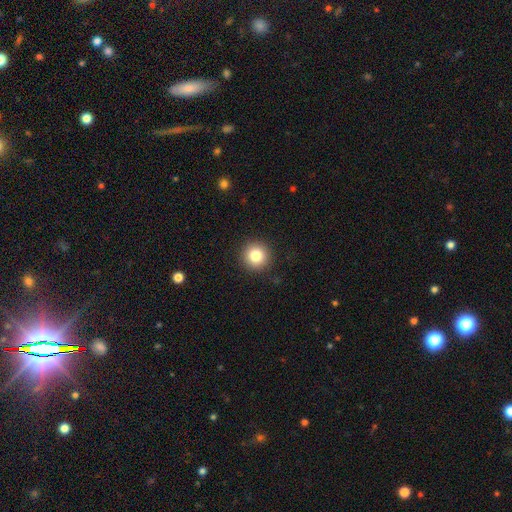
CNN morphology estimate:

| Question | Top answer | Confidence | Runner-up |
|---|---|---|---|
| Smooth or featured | smooth | 83% | star or artifact (10%) |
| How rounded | round | 95% | in between (4%) |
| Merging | none | 91% | minor disturbance (6%) |